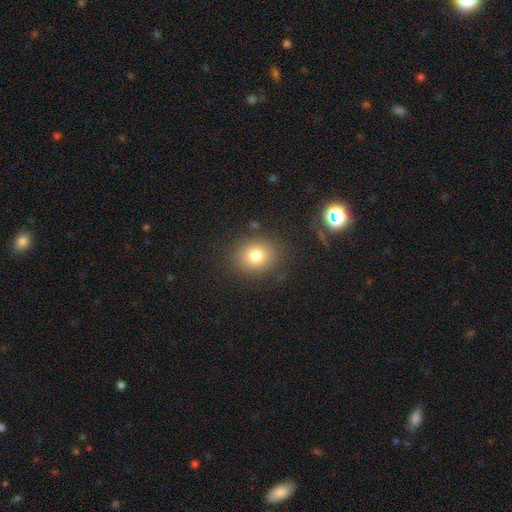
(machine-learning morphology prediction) Smooth or featured?
  - smooth: 78% *
  - star or artifact: 13%
  - featured or disk: 9%
How rounded?
  - round: 72% *
  - in between: 27%
  - cigar-shaped: 1%
Merging?
  - none: 84% *
  - minor disturbance: 10%
  - major disturbance: 4%
  - merger: 2%